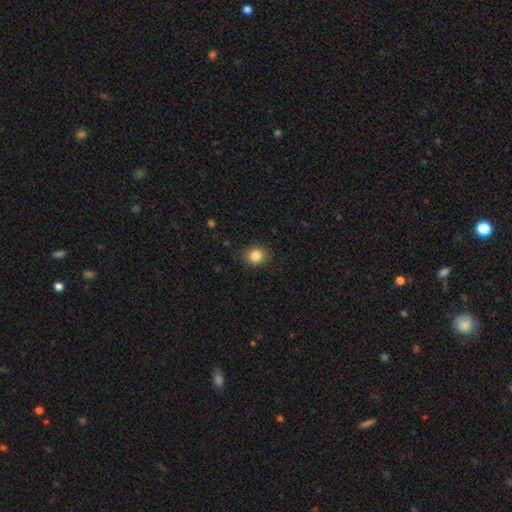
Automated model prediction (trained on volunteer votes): The model was most divided on "how rounded": round: 68%, in between: 31%, cigar-shaped: 1%. More confident: merging — none (85%); smooth or featured — smooth (85%).